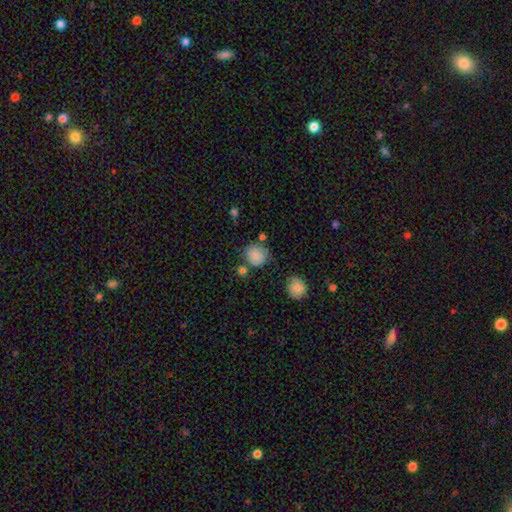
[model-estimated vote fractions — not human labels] A smooth galaxy with no disk features (80%) that is round (83%).

Vote fractions:
- Smooth or featured? smooth: 80% / featured or disk: 11% / star or artifact: 9%
- How rounded? round: 83% / in between: 16% / cigar-shaped: 1%
- Merging? none: 61% / minor disturbance: 21% / merger: 10% / major disturbance: 7%